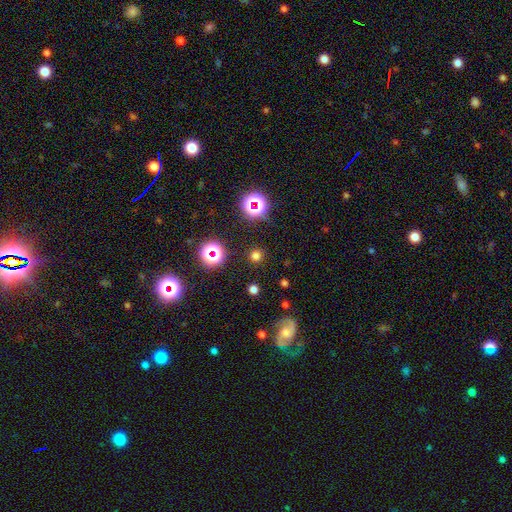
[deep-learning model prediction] The model was most divided on "smooth or featured": smooth: 68%, star or artifact: 26%, featured or disk: 6%. More confident: how rounded — round (94%); merging — none (89%).